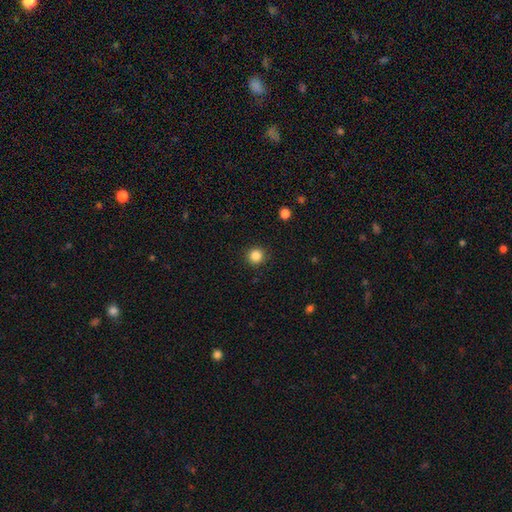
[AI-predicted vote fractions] Q: Smooth or featured?
A: smooth (85%); runner-up: star or artifact (11%)
Q: How rounded?
A: round (95%); runner-up: in between (4%)
Q: Merging?
A: none (92%); runner-up: minor disturbance (5%)